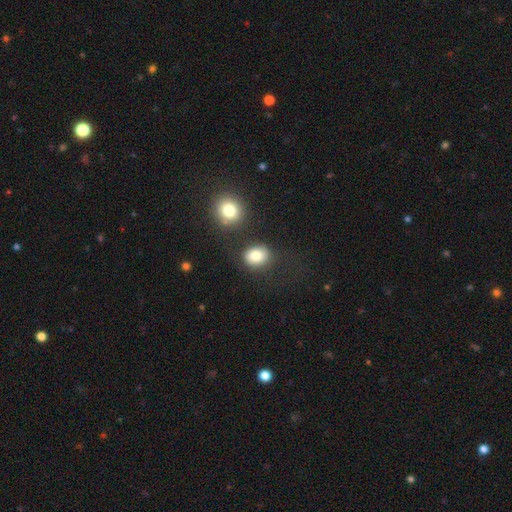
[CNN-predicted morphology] A smooth galaxy with no disk features (83%) that is round (50%). Merging: none (73%).